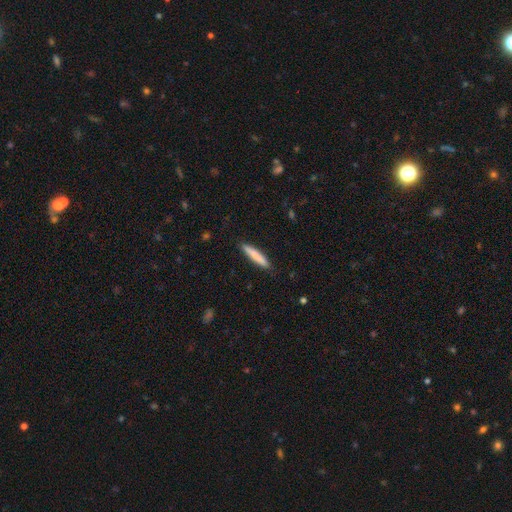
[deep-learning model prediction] smooth 80%, featured or disk 14%, star or artifact 6%. Down the decision tree: how rounded — cigar-shaped (92%); merging — none (89%).